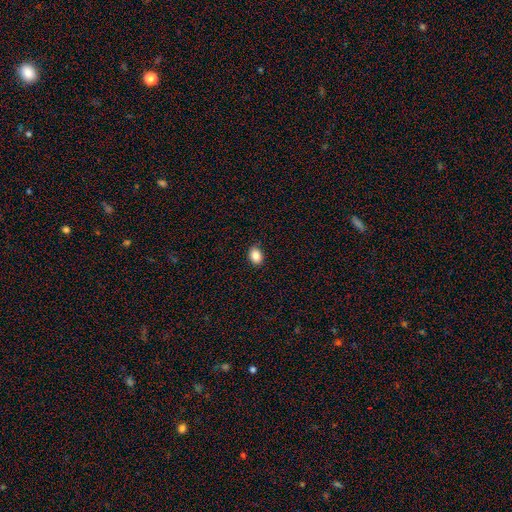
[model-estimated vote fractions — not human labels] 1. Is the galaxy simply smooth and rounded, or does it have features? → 86% smooth, 9% star or artifact, 5% featured or disk.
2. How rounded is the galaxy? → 67% in between, 32% round, 1% cigar-shaped.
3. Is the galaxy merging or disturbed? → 86% none, 11% minor disturbance, 2% major disturbance, 1% merger.